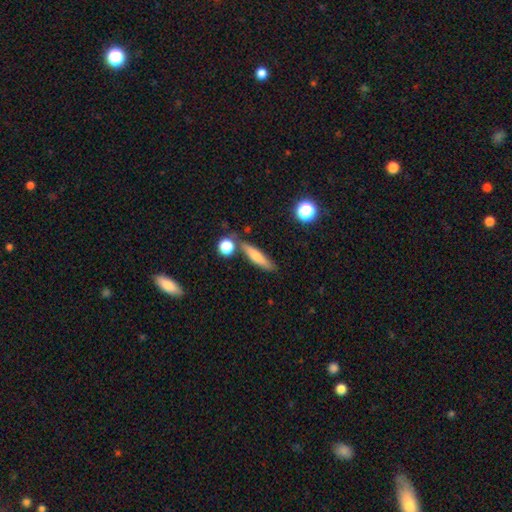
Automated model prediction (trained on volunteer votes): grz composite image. It shows a smooth galaxy with no disk features (62%) that is cigar-shaped (78%). Merging: none (76%).